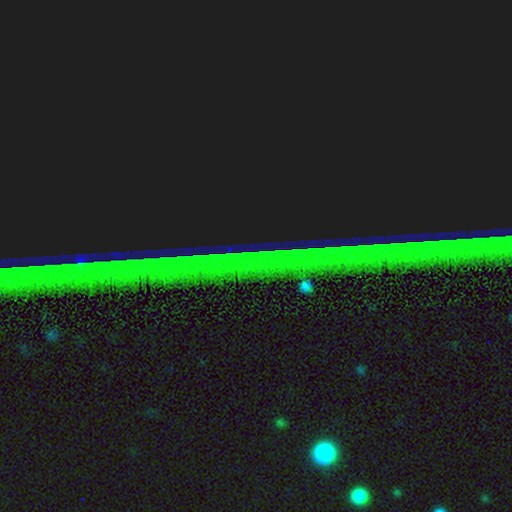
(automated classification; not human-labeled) smooth_or_featured: star or artifact (p=0.82) [alt: featured or disk p=0.09]